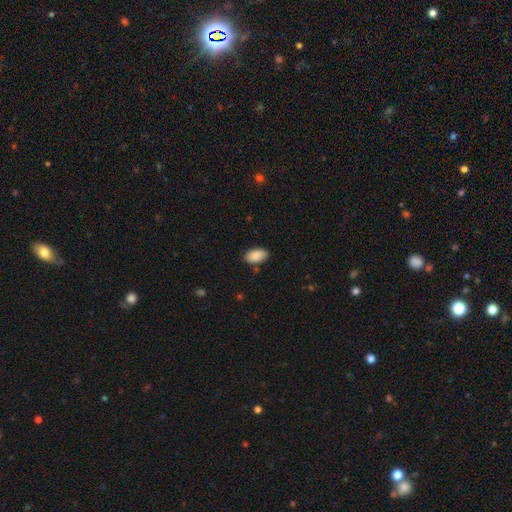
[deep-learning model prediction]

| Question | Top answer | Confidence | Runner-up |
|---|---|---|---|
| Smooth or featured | smooth | 89% | star or artifact (6%) |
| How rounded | in between | 95% | round (4%) |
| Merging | none | 81% | minor disturbance (15%) |